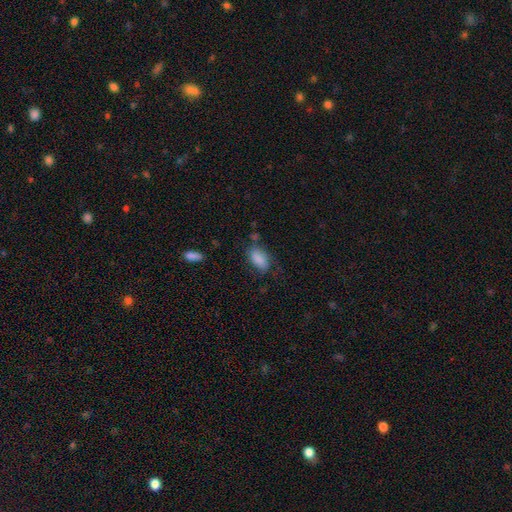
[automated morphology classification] smooth 81%, featured or disk 10%, star or artifact 9%. Down the decision tree: how rounded — in between (89%); merging — none (58%).